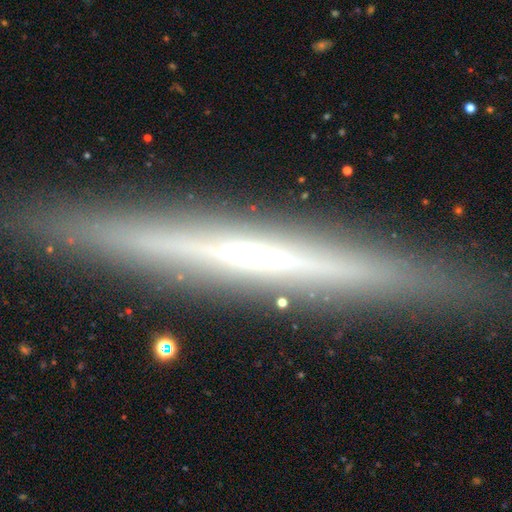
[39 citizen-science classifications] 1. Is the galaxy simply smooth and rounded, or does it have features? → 69% featured or disk, 23% smooth, 8% star or artifact.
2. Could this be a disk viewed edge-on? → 100% yes, 0% no.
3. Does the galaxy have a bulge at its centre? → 56% none, 41% rounded, 4% boxy.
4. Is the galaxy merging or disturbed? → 86% none, 11% minor disturbance, 3% merger, 0% major disturbance.